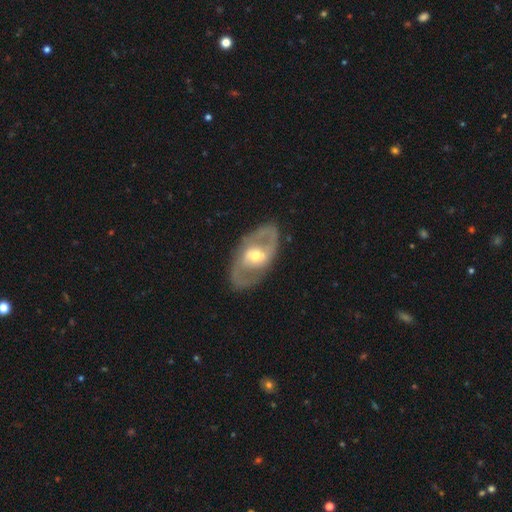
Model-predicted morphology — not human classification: Smooth or featured: featured or disk — 80% (smooth — 15%)
Edge-on disk: no — 93% (yes — 7%)
Bar: weak — 40% (no — 36%)
Spiral arms: yes — 73% (no — 27%)
Spiral winding: medium — 51% (loose — 25%)
Spiral arm count: 2 — 86% (can't tell — 8%)
Bulge size: moderate — 66% (small — 25%)
Merging: none — 83% (minor disturbance — 11%)